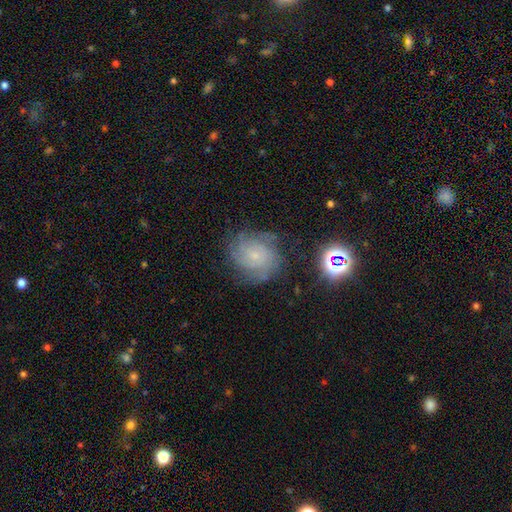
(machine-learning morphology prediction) Q: Smooth or featured?
A: featured or disk (66%); runner-up: smooth (20%)
Q: Edge-on disk?
A: no (97%); runner-up: yes (3%)
Q: Bar?
A: no (77%); runner-up: weak (20%)
Q: Spiral arms?
A: yes (92%); runner-up: no (8%)
Q: Spiral winding?
A: tight (63%); runner-up: medium (29%)
Q: Spiral arm count?
A: can't tell (42%); runner-up: 3 (17%)
Q: Bulge size?
A: small (78%); runner-up: moderate (14%)
Q: Merging?
A: none (70%); runner-up: minor disturbance (19%)